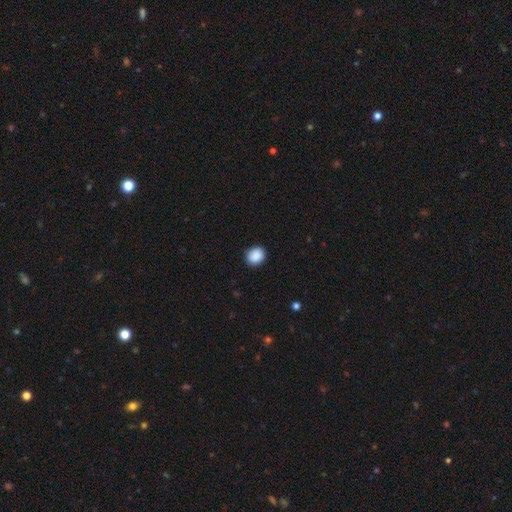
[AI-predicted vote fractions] The model was most divided on "how rounded": round: 61%, in between: 38%, cigar-shaped: 1%. More confident: smooth or featured — smooth (90%); merging — none (88%).